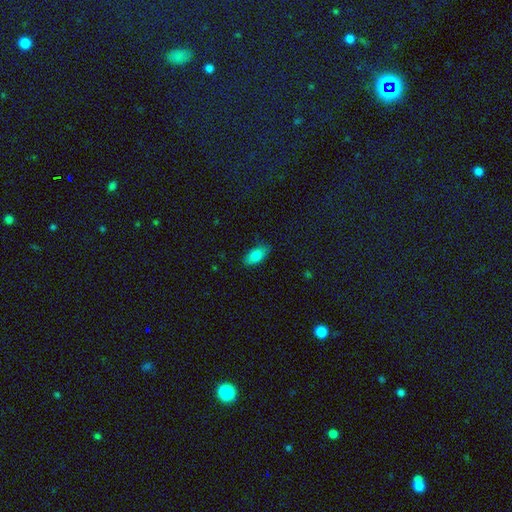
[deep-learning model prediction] smooth_or_featured: smooth (p=0.82) [alt: featured or disk p=0.10]
how_rounded: in between (p=0.89) [alt: cigar-shaped p=0.08]
merging: none (p=0.83) [alt: minor disturbance p=0.13]